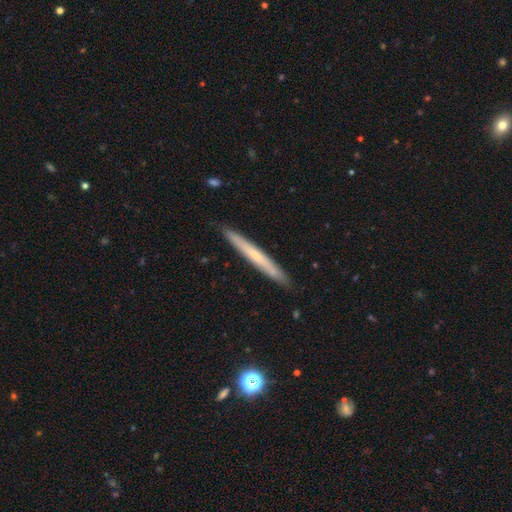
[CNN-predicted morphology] Overall: smooth (49%; featured or disk 45%). Merging: none (90%).